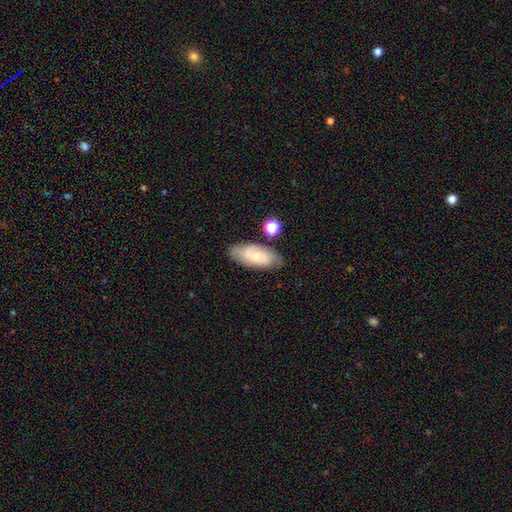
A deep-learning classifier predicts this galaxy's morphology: Smooth or featured? featured or disk (57%)
Edge-on disk? no (90%)
Bar? no (59%)
Spiral arms? yes (87%)
Bulge size? small (60%)
Merging? none (73%)